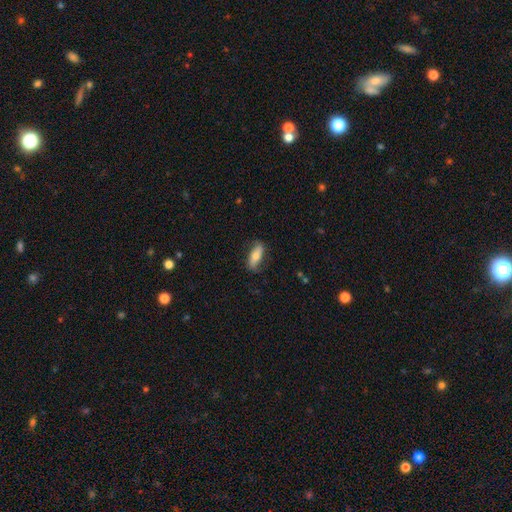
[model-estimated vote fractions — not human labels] Smooth or featured? smooth (63%)
How rounded? in between (69%)
Merging? none (76%)